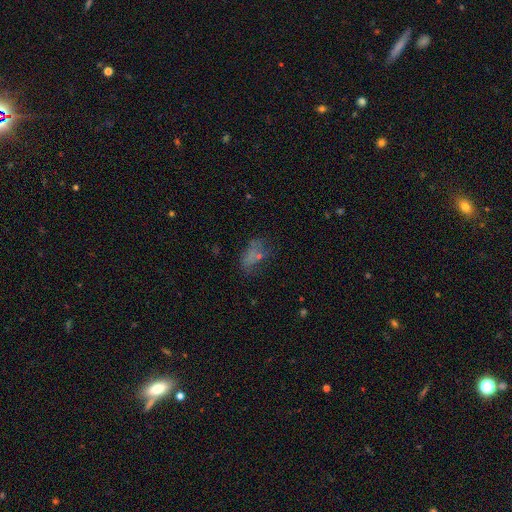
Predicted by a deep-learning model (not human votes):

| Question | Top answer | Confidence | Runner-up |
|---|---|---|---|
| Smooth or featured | smooth | 50% | star or artifact (25%) |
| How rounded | in between | 82% | round (12%) |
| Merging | none | 49% | major disturbance (22%) |